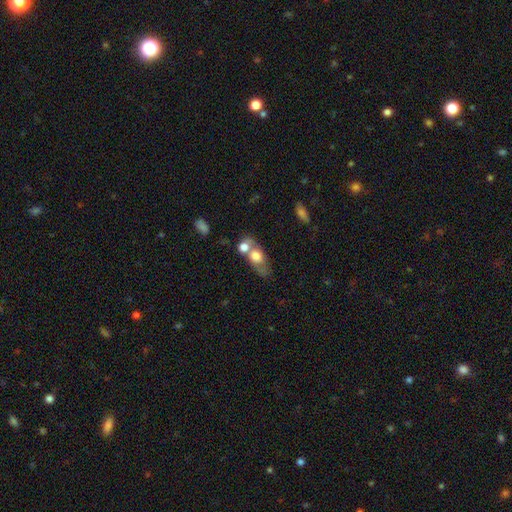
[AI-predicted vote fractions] smooth_or_featured: smooth (p=0.62) [alt: featured or disk p=0.30]
how_rounded: in between (p=0.63) [alt: round p=0.29]
merging: merger (p=0.52) [alt: none p=0.30]